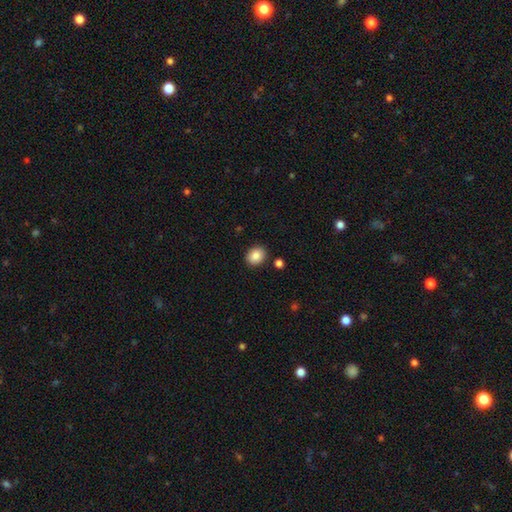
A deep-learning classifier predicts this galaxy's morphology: smooth_or_featured: smooth (p=0.86) [alt: star or artifact p=0.09]
how_rounded: round (p=0.58) [alt: in between p=0.41]
merging: none (p=0.88) [alt: minor disturbance p=0.07]